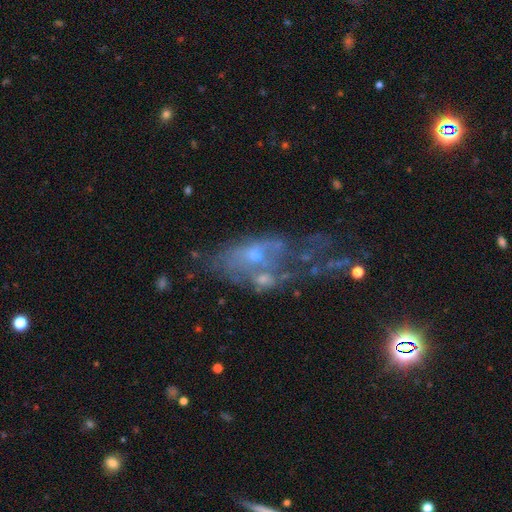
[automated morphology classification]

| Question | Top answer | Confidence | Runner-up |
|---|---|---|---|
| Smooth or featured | featured or disk | 58% | smooth (23%) |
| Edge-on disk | no | 90% | yes (10%) |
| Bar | no | 83% | weak (13%) |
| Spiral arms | no | 69% | yes (31%) |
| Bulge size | small | 52% | moderate (30%) |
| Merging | major disturbance | 34% | none (25%) |